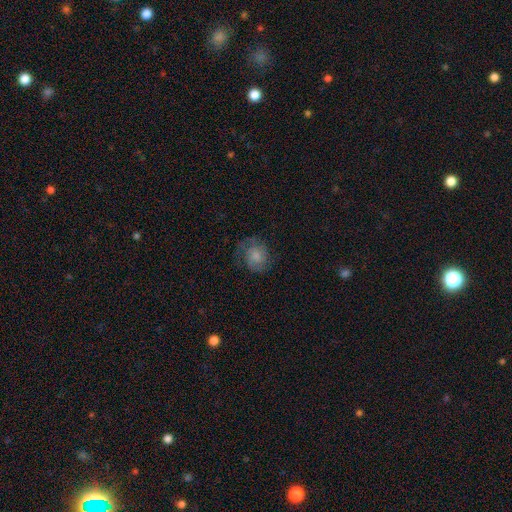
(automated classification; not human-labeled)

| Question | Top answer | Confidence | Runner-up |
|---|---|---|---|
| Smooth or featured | smooth | 46% | featured or disk (45%) |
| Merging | none | 63% | minor disturbance (21%) |